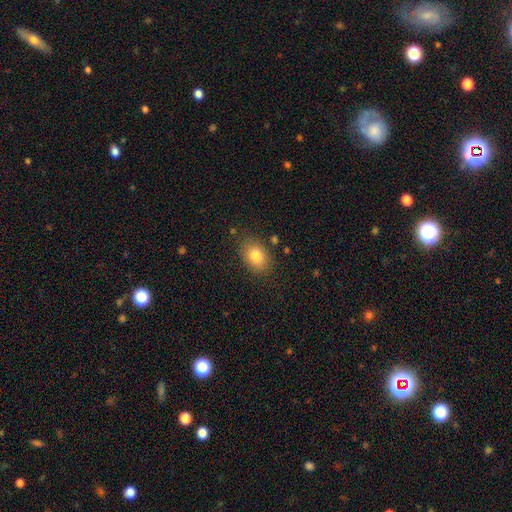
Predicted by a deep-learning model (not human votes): This appears to be a smooth galaxy with no disk features (82%) that is in between round and cigar-shaped (76%). Merging: none (81%).